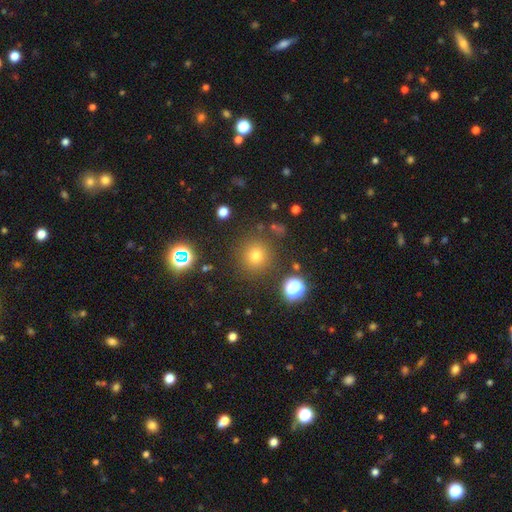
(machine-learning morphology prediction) Smooth or featured? smooth (68%)
How rounded? round (94%)
Merging? none (86%)